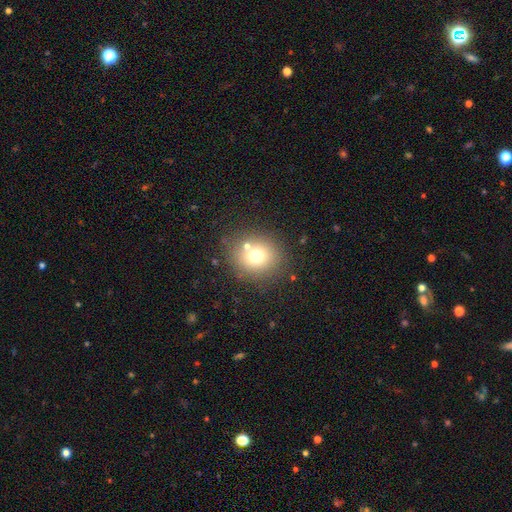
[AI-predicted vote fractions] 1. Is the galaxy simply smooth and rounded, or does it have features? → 70% smooth, 16% star or artifact, 14% featured or disk.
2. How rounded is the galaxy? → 81% round, 18% in between, 1% cigar-shaped.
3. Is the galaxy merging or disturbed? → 77% none, 10% minor disturbance, 9% merger, 4% major disturbance.